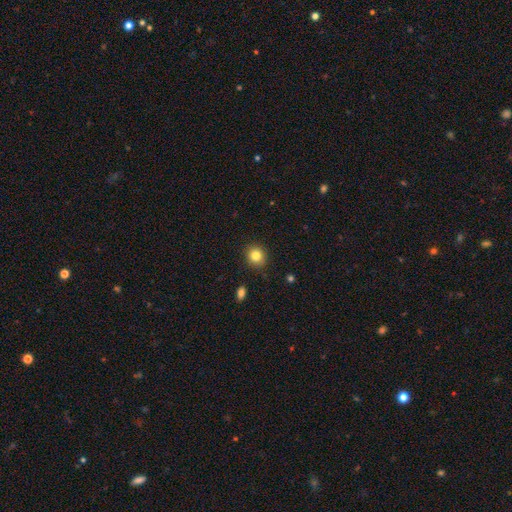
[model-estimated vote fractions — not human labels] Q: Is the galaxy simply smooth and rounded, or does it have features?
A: smooth — 84%.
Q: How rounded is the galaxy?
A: round — 86%.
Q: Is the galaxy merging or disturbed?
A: none — 89%.